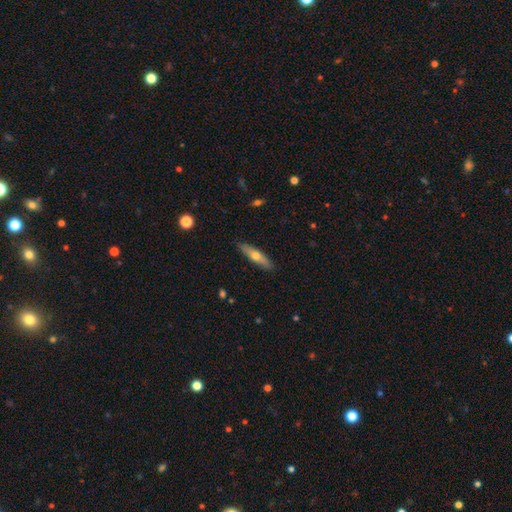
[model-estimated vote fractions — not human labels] The model was most divided on "smooth or featured": smooth: 53%, featured or disk: 41%, star or artifact: 6%. More confident: merging — none (88%); how rounded — cigar-shaped (72%).